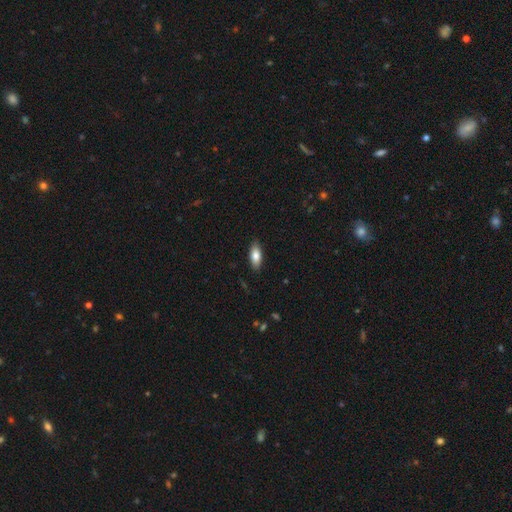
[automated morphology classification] The model was most divided on "how rounded": in between: 80%, cigar-shaped: 17%, round: 2%. More confident: merging — none (87%); smooth or featured — smooth (79%).